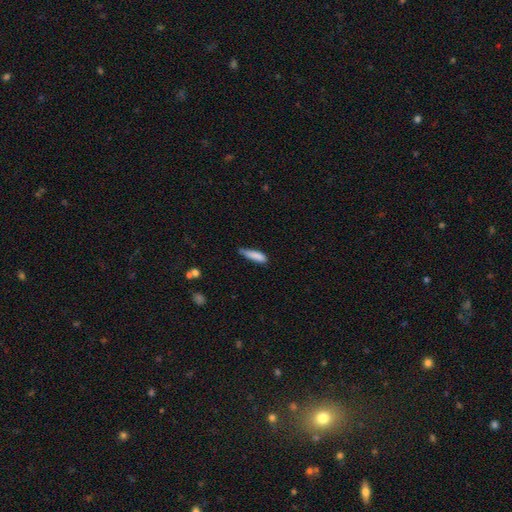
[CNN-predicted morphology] This is clearly a smooth galaxy (85%). How rounded: likely cigar-shaped (69%). Merging: possibly none (53%).